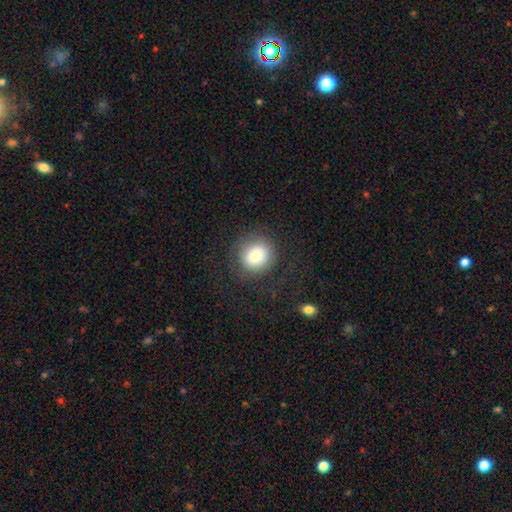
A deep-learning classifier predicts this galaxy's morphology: Q: Smooth or featured?
A: smooth (76%); runner-up: featured or disk (14%)
Q: How rounded?
A: round (85%); runner-up: in between (14%)
Q: Merging?
A: none (74%); runner-up: major disturbance (13%)